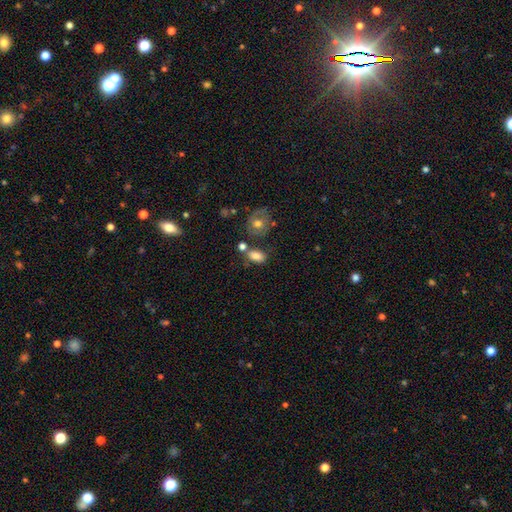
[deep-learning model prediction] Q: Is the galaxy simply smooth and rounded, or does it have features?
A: smooth — 81%.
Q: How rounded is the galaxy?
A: in between — 84%.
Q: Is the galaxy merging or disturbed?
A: none — 59%.